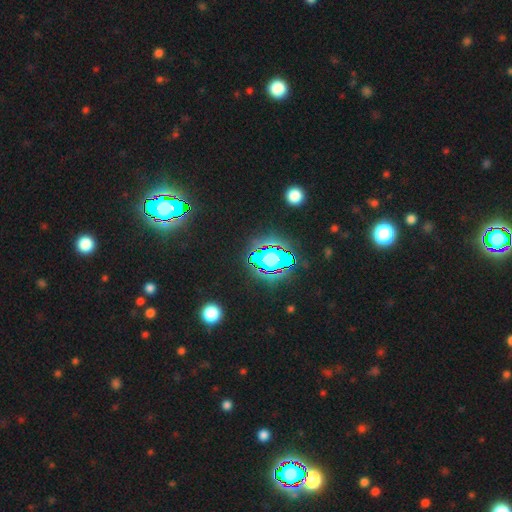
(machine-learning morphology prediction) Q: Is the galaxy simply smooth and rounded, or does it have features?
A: star or artifact — 80%.